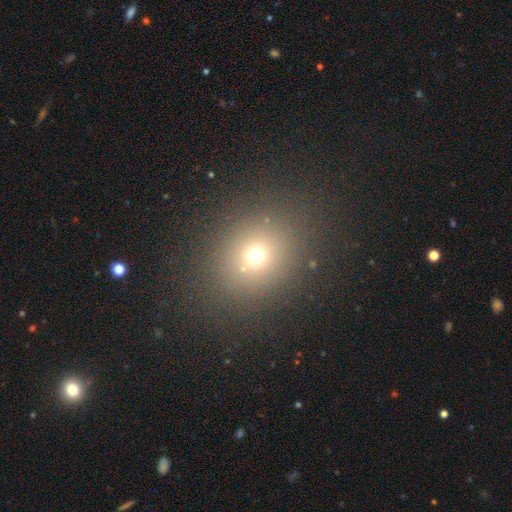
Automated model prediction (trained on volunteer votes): This is likely a smooth galaxy (67%). How rounded: likely round (67%). Merging: clearly none (83%).